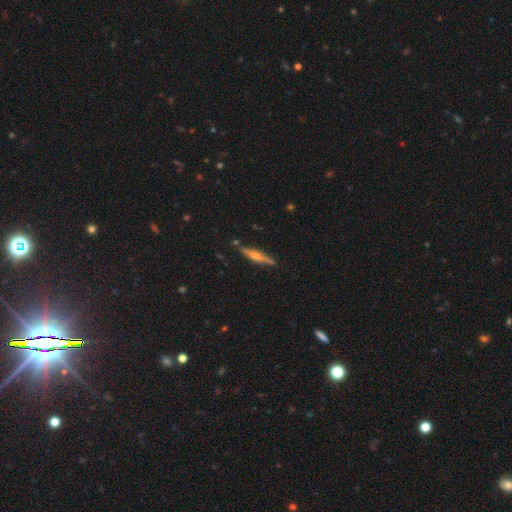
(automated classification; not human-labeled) Overall: featured or disk (73%). Edge-on disk: yes (97%). Edge-on bulge: rounded (87%). Merging: none (87%).